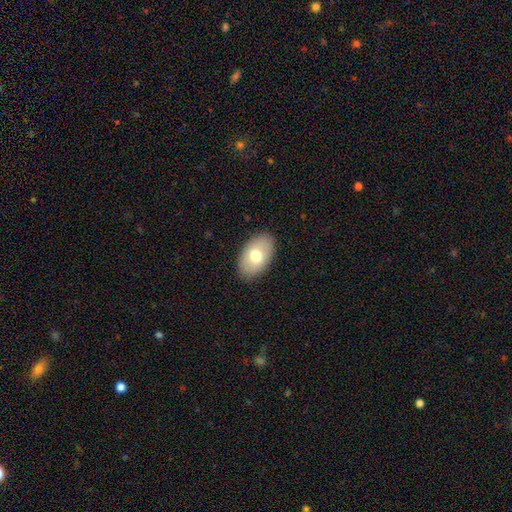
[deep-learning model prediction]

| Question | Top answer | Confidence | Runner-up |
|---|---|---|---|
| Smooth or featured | smooth | 72% | featured or disk (21%) |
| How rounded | in between | 92% | round (6%) |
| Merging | none | 86% | minor disturbance (10%) |